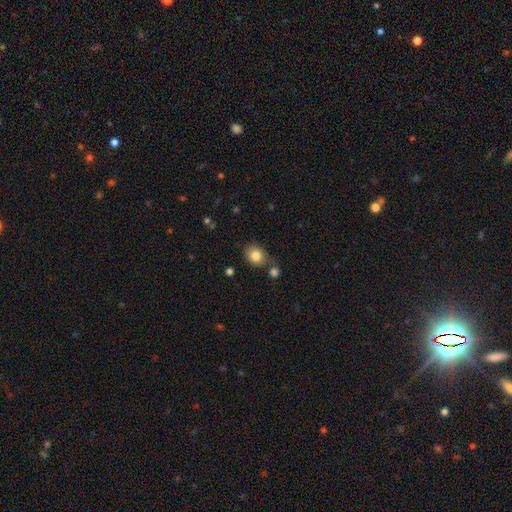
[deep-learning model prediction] This appears to be a smooth galaxy with no disk features (83%) that is round (55%). Merging: none (67%).